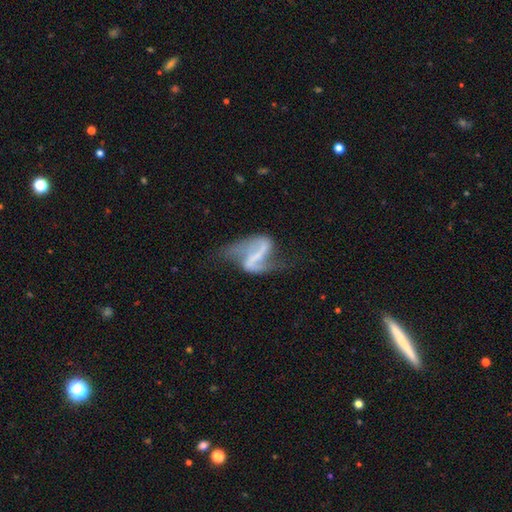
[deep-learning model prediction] smooth-or-featured: featured or disk: 83% | smooth: 10% | star or artifact: 7%
  disk-edge-on: no: 96% | yes: 4%
    bar: strong: 58% | weak: 29% | no: 13%
    has-spiral-arms: yes: 89% | no: 11%
      spiral-winding: loose: 75% | medium: 20% | tight: 5%
      spiral-arm-count: 2: 90% | 1: 4% | can't tell: 3% | 3: 1% | 4: 1% | more than 4: 1%
    bulge-size: none: 59% | small: 27% | moderate: 10% | large: 3% | dominant: 1%
  merging: none: 50% | major disturbance: 25% | minor disturbance: 21% | merger: 5%